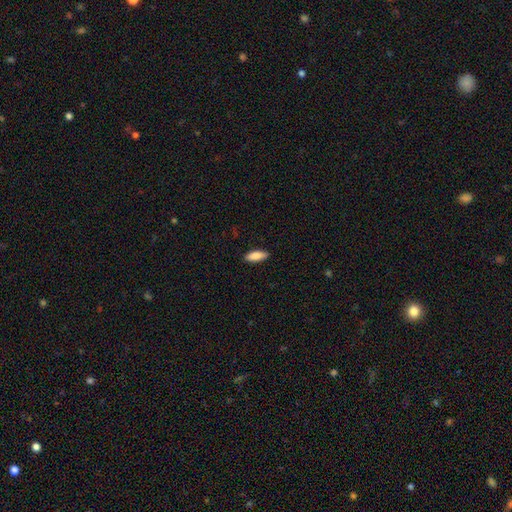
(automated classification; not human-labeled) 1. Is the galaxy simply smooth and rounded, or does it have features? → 87% smooth, 8% featured or disk, 6% star or artifact.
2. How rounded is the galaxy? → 72% in between, 26% cigar-shaped, 2% round.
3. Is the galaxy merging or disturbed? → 89% none, 9% minor disturbance, 2% major disturbance, 1% merger.